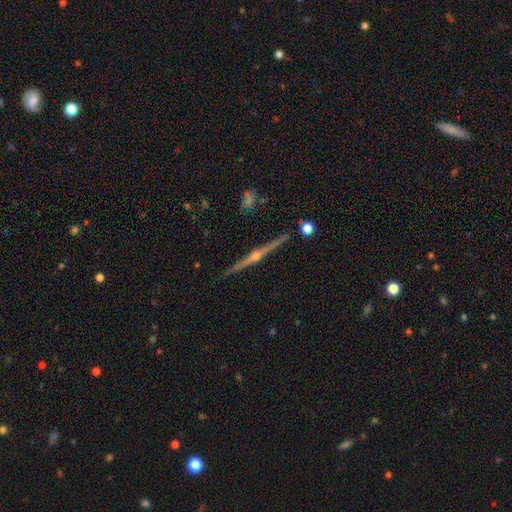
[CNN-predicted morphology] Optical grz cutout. It shows a featured or disk galaxy (85%) viewed edge-on (98%) with a rounded central bulge (90%). Merging: none (90%).